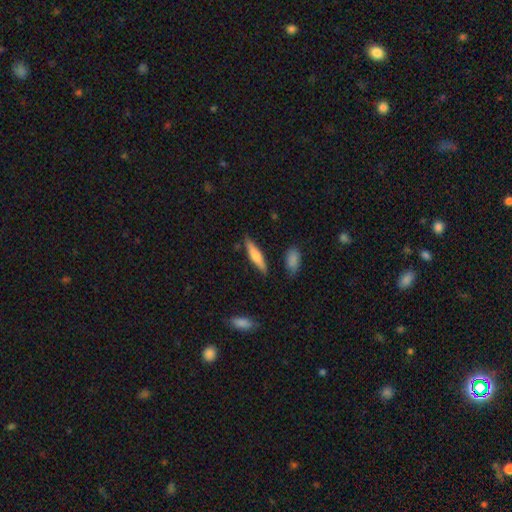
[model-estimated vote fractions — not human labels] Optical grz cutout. It shows a smooth galaxy with no disk features (64%) that is cigar-shaped (78%). Merging: none (83%).